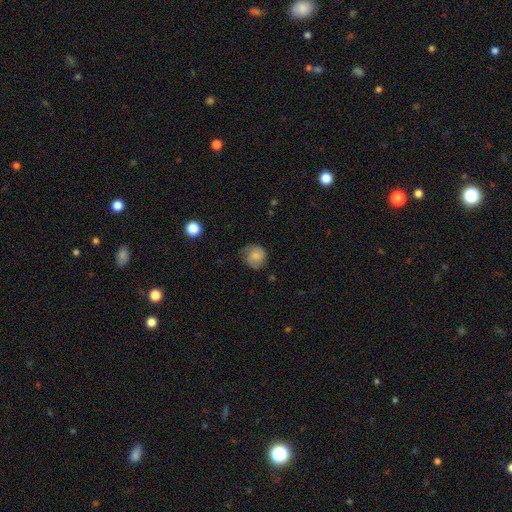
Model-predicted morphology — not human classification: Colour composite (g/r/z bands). It shows a smooth galaxy with no disk features (72%) that is round (84%). Merging: none (63%).